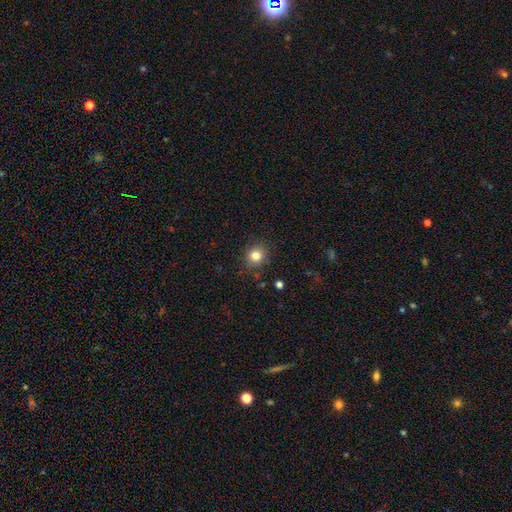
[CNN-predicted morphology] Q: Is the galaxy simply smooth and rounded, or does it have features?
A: smooth — 82%.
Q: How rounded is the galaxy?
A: round — 86%.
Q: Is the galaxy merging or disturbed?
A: none — 87%.